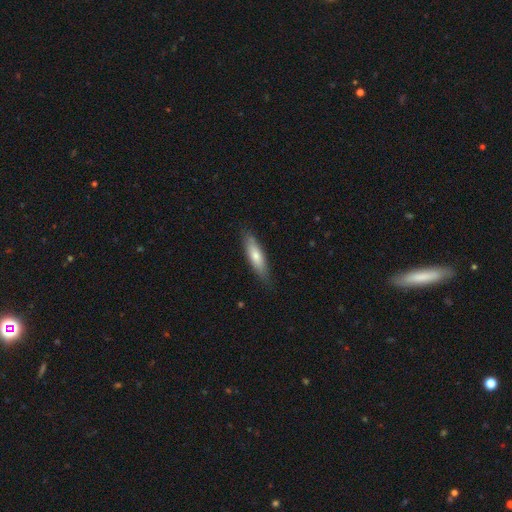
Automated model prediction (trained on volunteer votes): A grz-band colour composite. It shows a smooth galaxy with no disk features (68%) that is cigar-shaped (63%). Merging: none (81%).